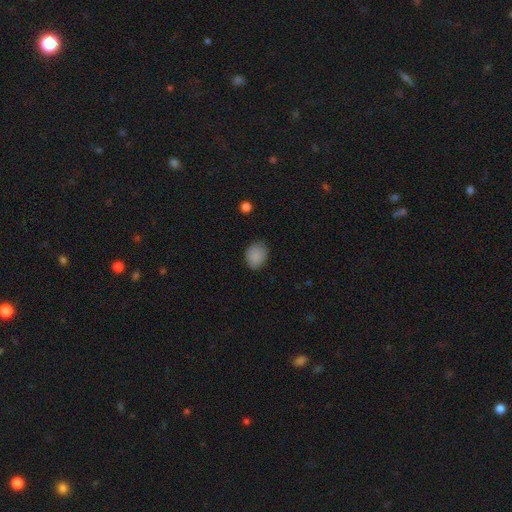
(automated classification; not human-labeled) smooth 86%, star or artifact 9%, featured or disk 5%. Down the decision tree: how rounded — in between (51%); merging — none (79%).